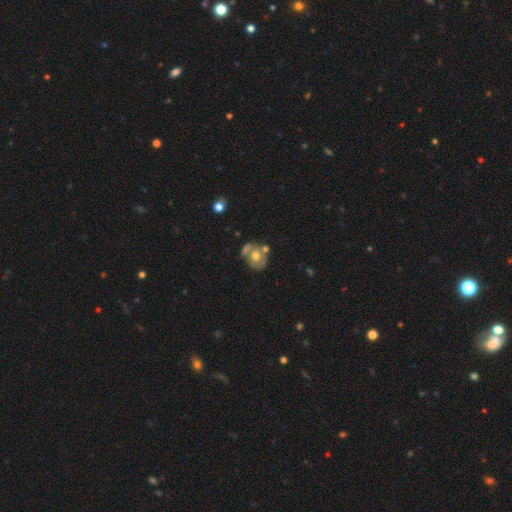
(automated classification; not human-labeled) smooth_or_featured: featured or disk (p=0.49) [alt: smooth p=0.44]
merging: none (p=0.43) [alt: merger p=0.30]